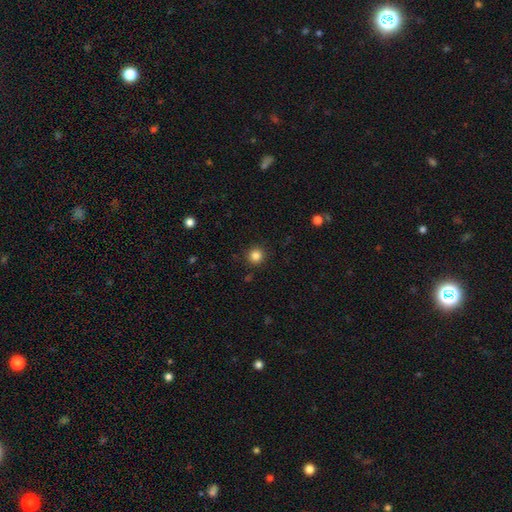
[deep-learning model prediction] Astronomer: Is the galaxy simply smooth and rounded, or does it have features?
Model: smooth — 84%.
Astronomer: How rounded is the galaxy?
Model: round — 95%.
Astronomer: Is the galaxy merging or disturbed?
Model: none — 91%.